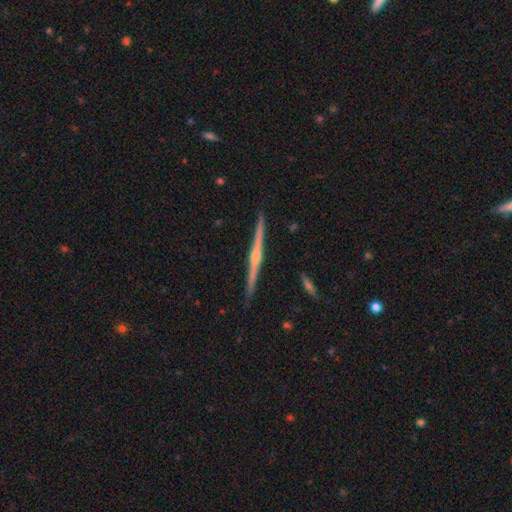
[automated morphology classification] smooth-or-featured: featured or disk: 86% | smooth: 9% | star or artifact: 5%
  disk-edge-on: yes: 99% | no: 1%
    edge-on-bulge: rounded: 83% | none: 10% | boxy: 6%
  merging: none: 93% | minor disturbance: 5% | major disturbance: 1% | merger: 1%